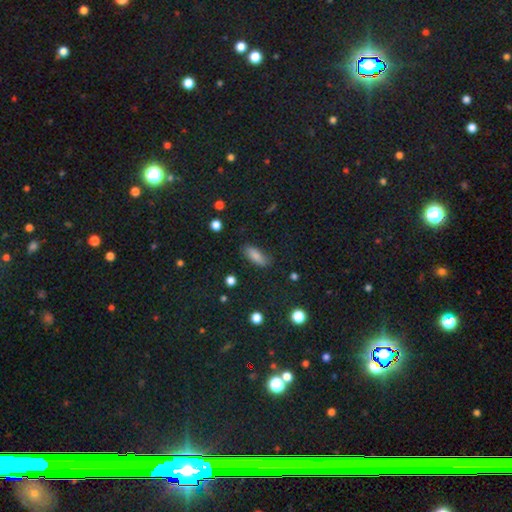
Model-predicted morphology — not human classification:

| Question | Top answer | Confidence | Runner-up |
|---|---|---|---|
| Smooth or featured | smooth | 82% | star or artifact (9%) |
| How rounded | in between | 69% | cigar-shaped (28%) |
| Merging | none | 79% | minor disturbance (15%) |